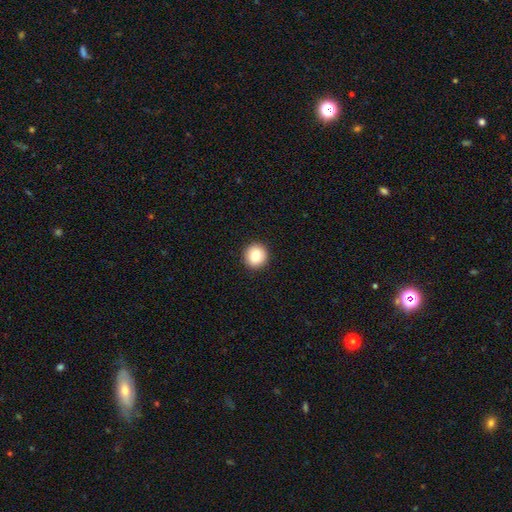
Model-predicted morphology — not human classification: This appears to be a smooth galaxy with no disk features (84%) that is round (94%). Merging: none (93%).